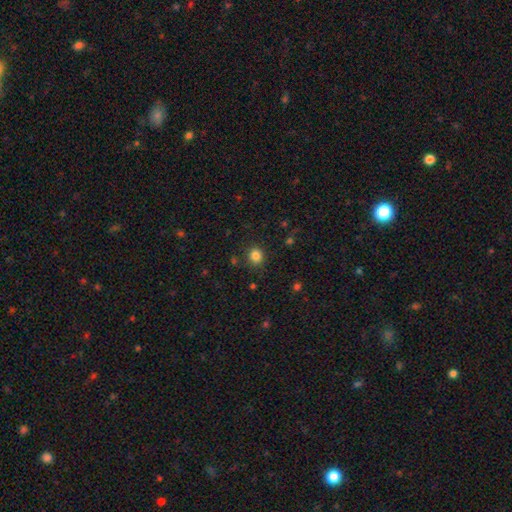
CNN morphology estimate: The model was most divided on "how rounded": round: 80%, in between: 20%, cigar-shaped: 1%. More confident: merging — none (88%); smooth or featured — smooth (83%).